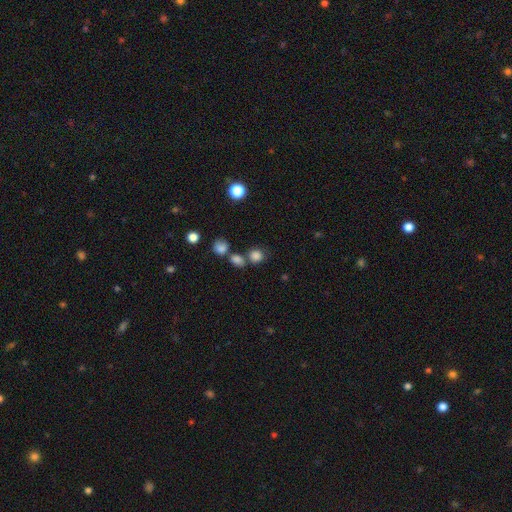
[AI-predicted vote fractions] smooth-or-featured: smooth: 81% | star or artifact: 13% | featured or disk: 5%
  how-rounded: round: 76% | in between: 23% | cigar-shaped: 1%
  merging: none: 61% | merger: 22% | minor disturbance: 12% | major disturbance: 5%